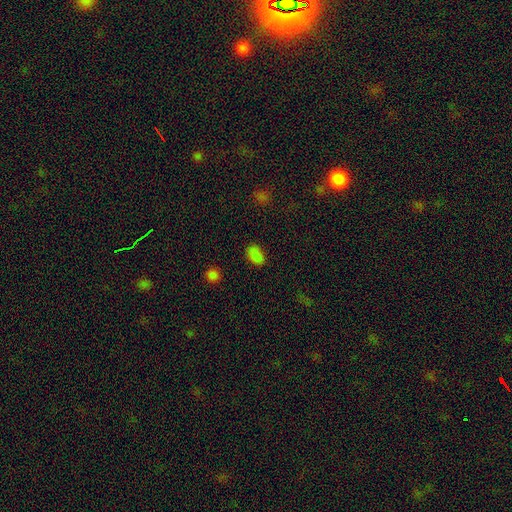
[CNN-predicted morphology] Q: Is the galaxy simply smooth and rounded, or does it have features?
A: smooth — 83%.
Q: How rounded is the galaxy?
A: in between — 86%.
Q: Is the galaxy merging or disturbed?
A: none — 79%.